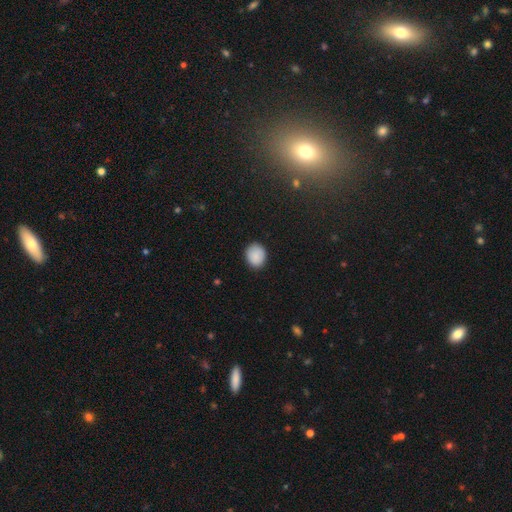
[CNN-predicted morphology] smooth_or_featured: smooth (p=0.88) [alt: star or artifact p=0.08]
how_rounded: round (p=0.68) [alt: in between p=0.31]
merging: none (p=0.87) [alt: minor disturbance p=0.10]